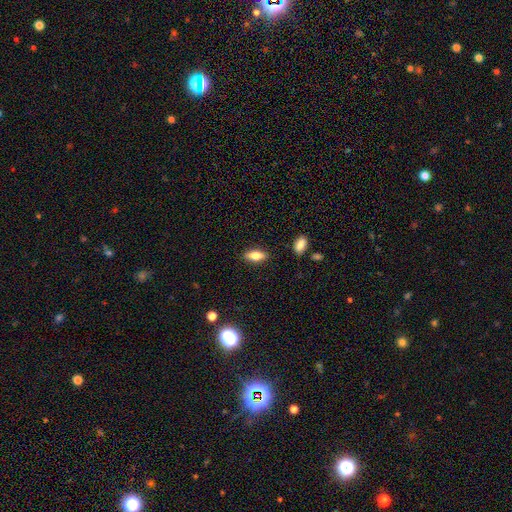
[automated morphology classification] The model was most divided on "smooth or featured": smooth: 70%, featured or disk: 22%, star or artifact: 8%. More confident: merging — none (87%); how rounded — in between (78%).